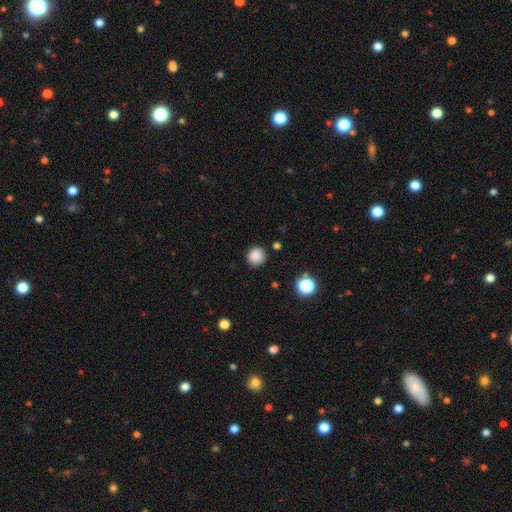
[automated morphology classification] smooth-or-featured: smooth: 85% | star or artifact: 11% | featured or disk: 3%
  how-rounded: round: 89% | in between: 10% | cigar-shaped: 1%
  merging: none: 85% | minor disturbance: 10% | major disturbance: 3% | merger: 2%